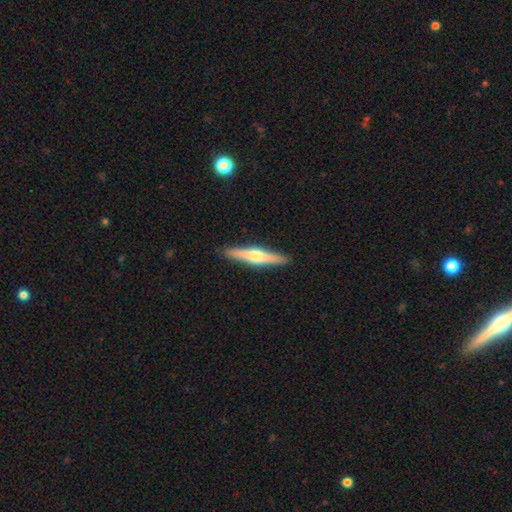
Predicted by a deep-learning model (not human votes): Smooth or featured? Predicted: featured or disk (p=0.57). Edge-on disk? Predicted: yes (p=0.97). Edge-on bulge? Predicted: rounded (p=0.86). Merging? Predicted: none (p=0.91).